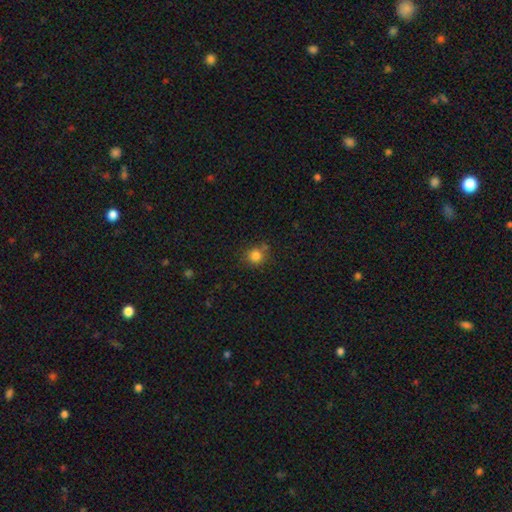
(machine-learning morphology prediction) The model was most divided on "merging": none: 73%, minor disturbance: 16%, merger: 7%, major disturbance: 4%. More confident: how rounded — round (89%); smooth or featured — smooth (81%).